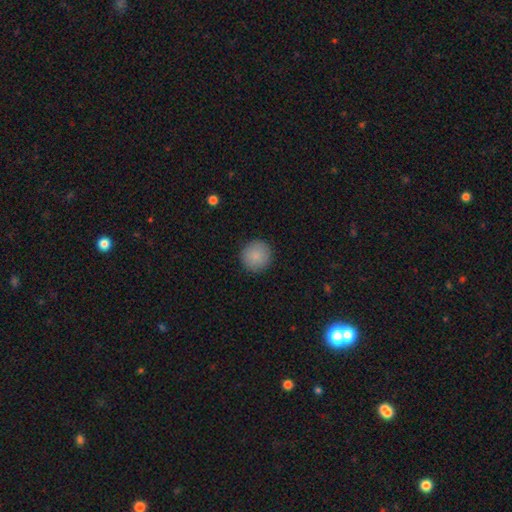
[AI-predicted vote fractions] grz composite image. It shows a smooth galaxy with no disk features (88%) that is round (94%). Merging: none (91%).